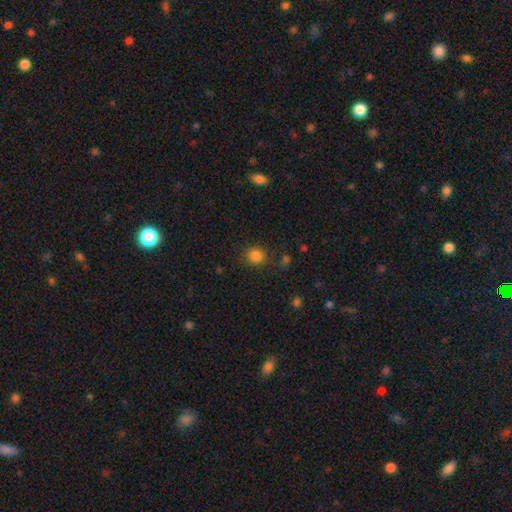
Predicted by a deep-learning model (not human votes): Smooth or featured: smooth — 83% (star or artifact — 12%)
How rounded: round — 86% (in between — 13%)
Merging: none — 84% (minor disturbance — 10%)